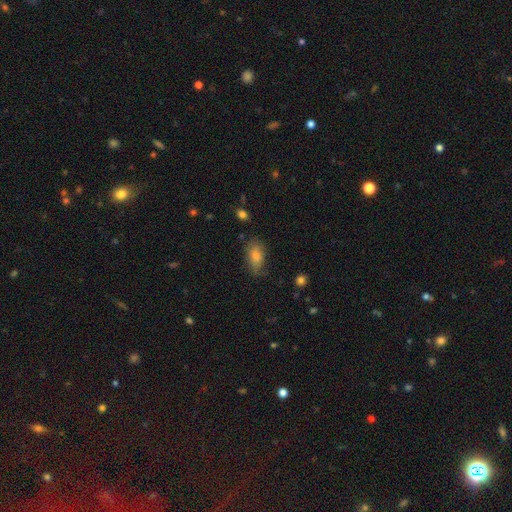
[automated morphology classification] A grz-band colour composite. It shows a smooth galaxy with no disk features (72%) that is in between round and cigar-shaped (87%). Merging: none (71%).